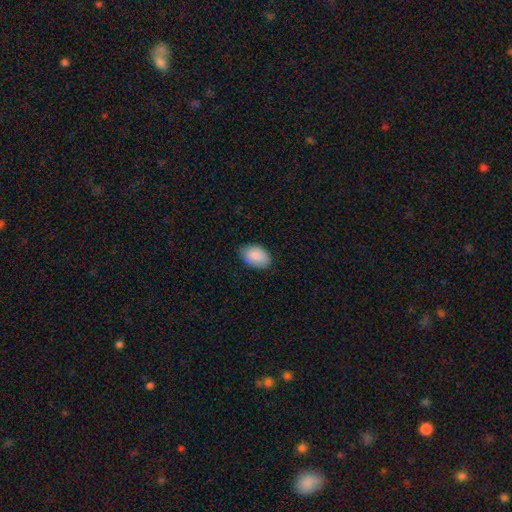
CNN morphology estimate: Smooth or featured? Predicted: smooth (p=0.89). How rounded? Predicted: in between (p=0.88). Merging? Predicted: none (p=0.82).